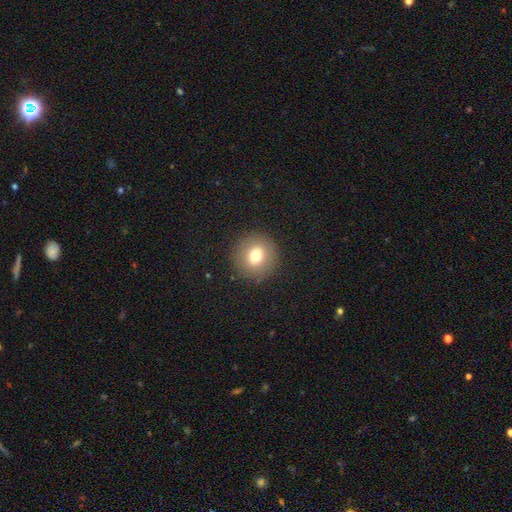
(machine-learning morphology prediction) type=smooth (73%); roundness=round (91%); merging=none (89%).